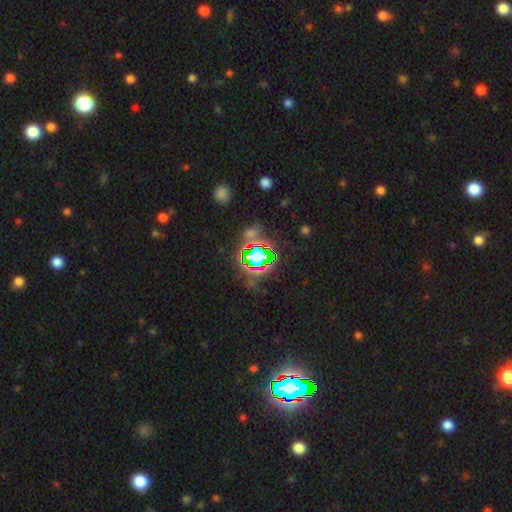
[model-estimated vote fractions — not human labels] Overall: star or artifact (80%).